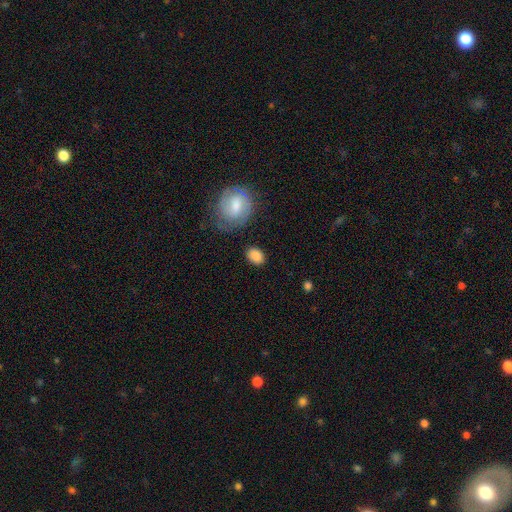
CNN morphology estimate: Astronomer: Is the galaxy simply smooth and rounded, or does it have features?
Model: smooth — 86%.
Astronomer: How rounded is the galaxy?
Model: in between — 74%.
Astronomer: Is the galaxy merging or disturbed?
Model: none — 81%.